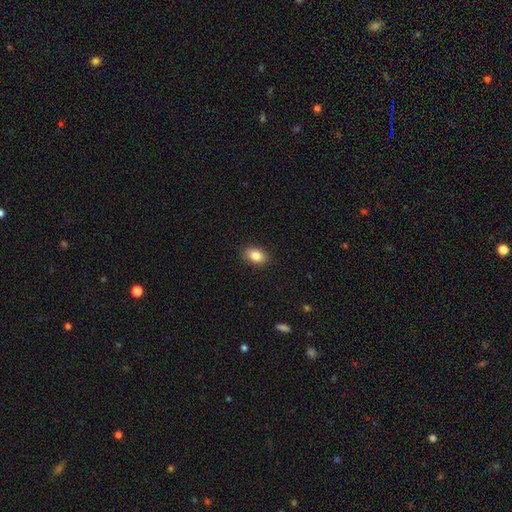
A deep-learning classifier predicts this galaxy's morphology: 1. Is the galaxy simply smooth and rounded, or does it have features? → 86% smooth, 8% star or artifact, 6% featured or disk.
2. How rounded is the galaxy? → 86% in between, 12% round, 2% cigar-shaped.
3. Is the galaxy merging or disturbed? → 89% none, 8% minor disturbance, 2% major disturbance, 1% merger.